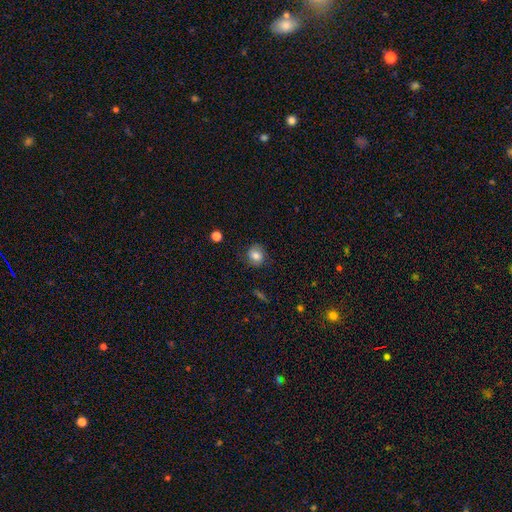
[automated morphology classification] Q: Smooth or featured?
A: smooth (76%); runner-up: featured or disk (15%)
Q: How rounded?
A: round (66%); runner-up: in between (33%)
Q: Merging?
A: none (75%); runner-up: minor disturbance (18%)